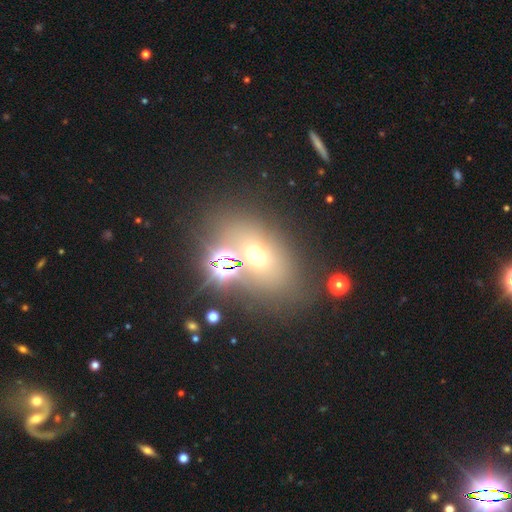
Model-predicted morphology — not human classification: Smooth or featured? smooth (51%)
How rounded? in between (65%)
Merging? none (65%)